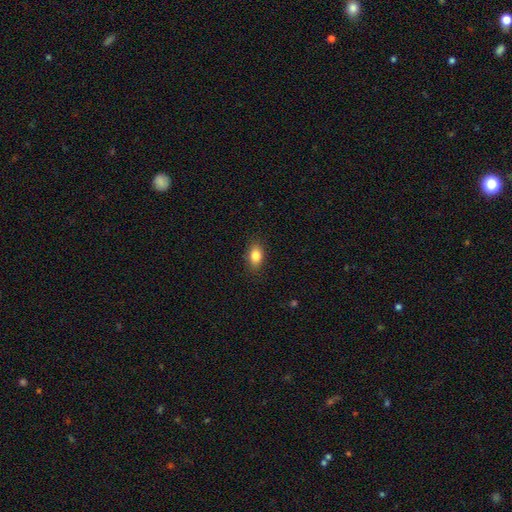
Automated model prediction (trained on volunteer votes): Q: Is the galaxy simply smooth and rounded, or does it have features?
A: smooth — 83%.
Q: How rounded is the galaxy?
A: in between — 83%.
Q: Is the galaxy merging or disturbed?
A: none — 87%.